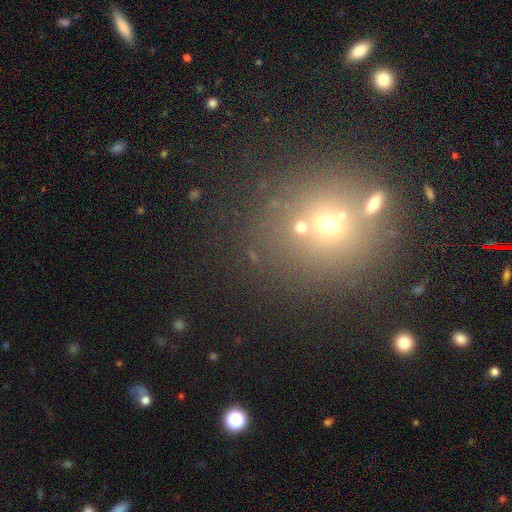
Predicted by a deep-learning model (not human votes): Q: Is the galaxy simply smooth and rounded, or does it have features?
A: smooth — 43%.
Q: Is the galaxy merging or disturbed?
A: none — 68%.